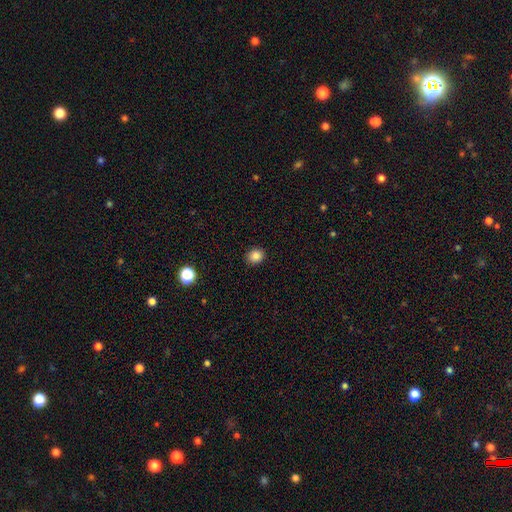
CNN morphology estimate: Smooth or featured? Predicted: smooth (p=0.84). How rounded? Predicted: round (p=0.68). Merging? Predicted: none (p=0.90).